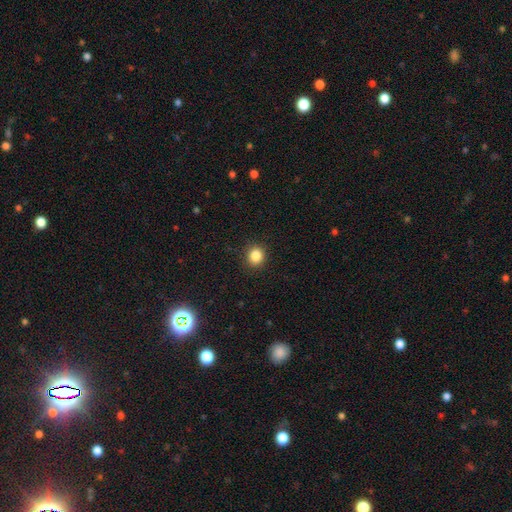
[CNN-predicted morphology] smooth-or-featured: smooth: 86% | star or artifact: 10% | featured or disk: 4%
  how-rounded: round: 85% | in between: 14% | cigar-shaped: 1%
  merging: none: 90% | minor disturbance: 7% | major disturbance: 2% | merger: 1%